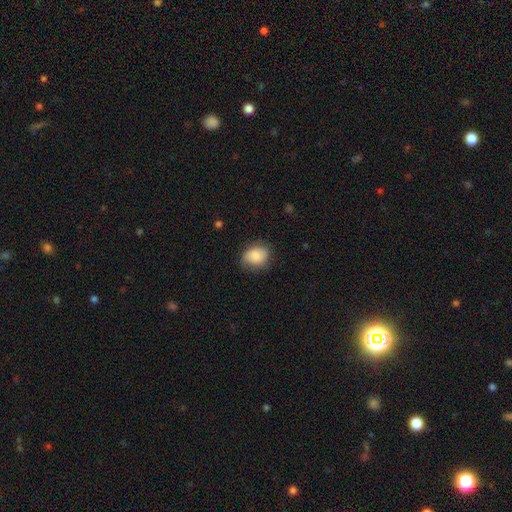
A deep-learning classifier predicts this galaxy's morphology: smooth_or_featured: smooth (p=0.78) [alt: featured or disk p=0.14]
how_rounded: in between (p=0.57) [alt: round p=0.42]
merging: none (p=0.72) [alt: minor disturbance p=0.21]